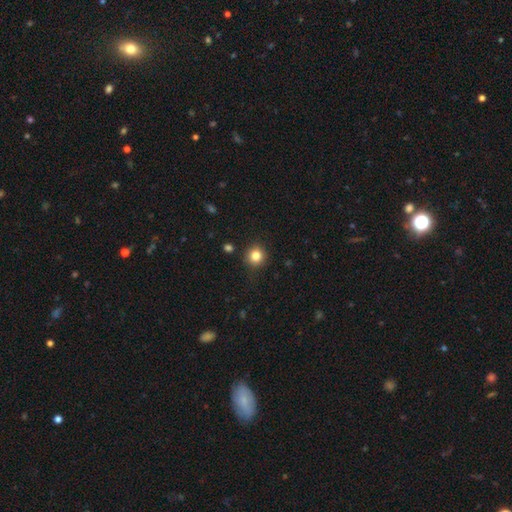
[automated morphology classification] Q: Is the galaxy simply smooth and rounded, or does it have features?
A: smooth — 82%.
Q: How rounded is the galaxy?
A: round — 92%.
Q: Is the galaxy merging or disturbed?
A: none — 89%.